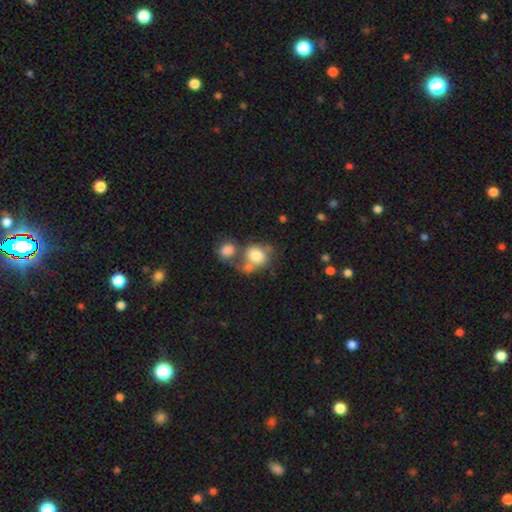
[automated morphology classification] This is likely a smooth galaxy (72%). How rounded: likely round (61%). Merging: possibly merger (52%).